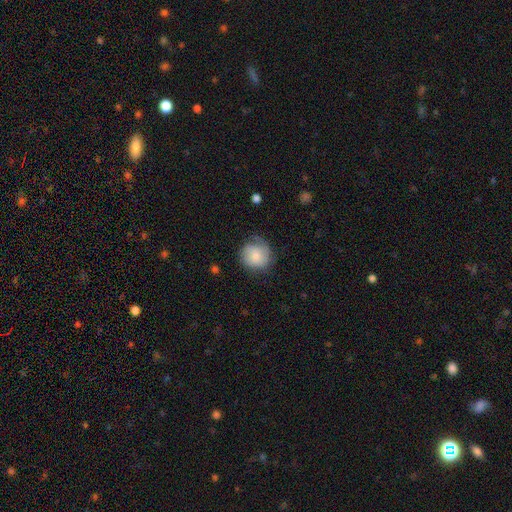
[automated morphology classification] The model was most divided on "merging": none: 59%, minor disturbance: 28%, major disturbance: 12%, merger: 2%. More confident: how rounded — round (85%); smooth or featured — smooth (69%).